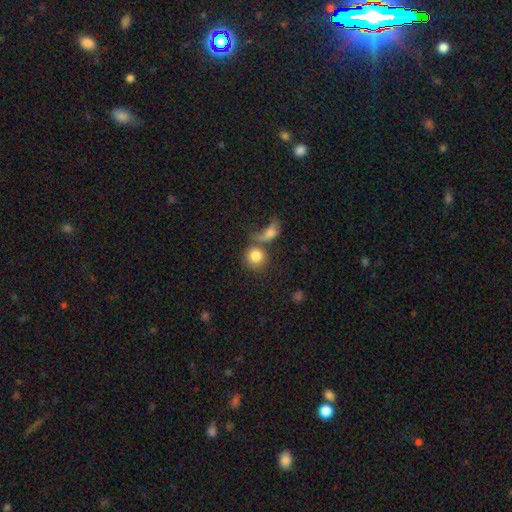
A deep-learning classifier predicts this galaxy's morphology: Smooth or featured: smooth — 81% (featured or disk — 10%)
How rounded: round — 83% (in between — 15%)
Merging: merger — 43% (none — 38%)